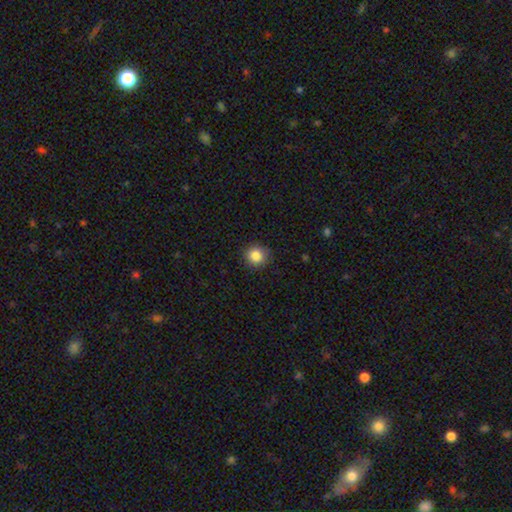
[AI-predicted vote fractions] Smooth or featured?
  - smooth: 86% *
  - star or artifact: 10%
  - featured or disk: 5%
How rounded?
  - round: 93% *
  - in between: 6%
  - cigar-shaped: 1%
Merging?
  - none: 89% *
  - minor disturbance: 8%
  - major disturbance: 2%
  - merger: 1%